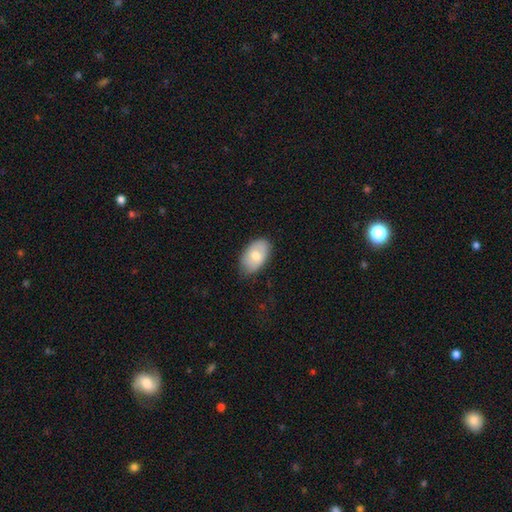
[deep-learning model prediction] A smooth galaxy with no disk features (72%) that is in between round and cigar-shaped (92%). Merging: none (80%).